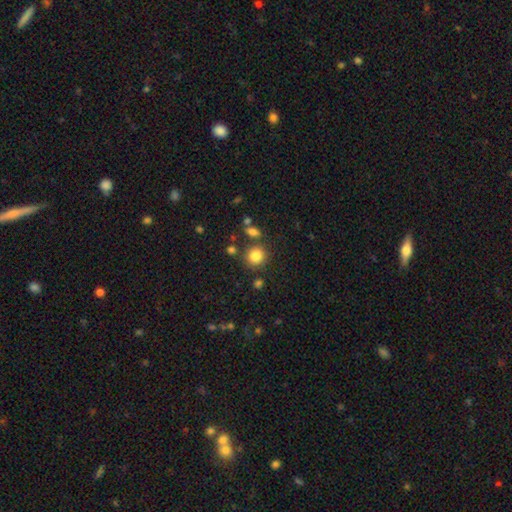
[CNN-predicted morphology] smooth_or_featured: smooth (p=0.84) [alt: star or artifact p=0.11]
how_rounded: round (p=0.84) [alt: in between p=0.15]
merging: none (p=0.79) [alt: minor disturbance p=0.09]